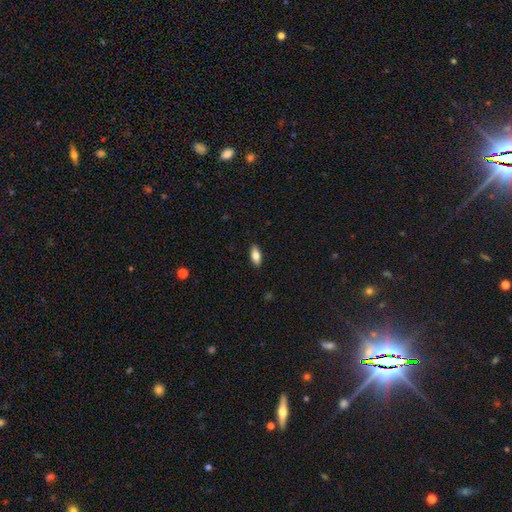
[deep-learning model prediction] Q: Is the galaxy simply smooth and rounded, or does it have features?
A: smooth — 80%.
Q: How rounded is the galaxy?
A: in between — 84%.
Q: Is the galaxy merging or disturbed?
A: none — 89%.